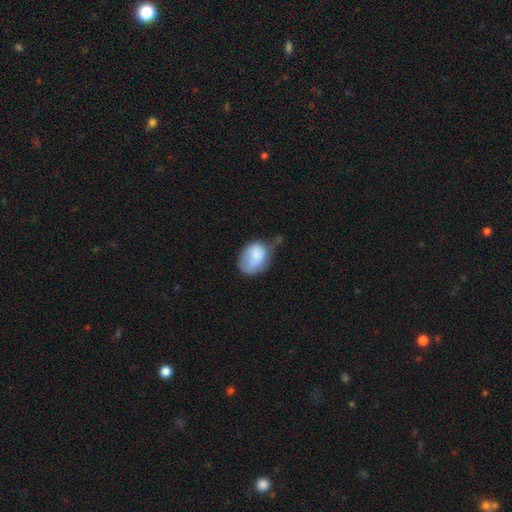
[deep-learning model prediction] A smooth galaxy with no disk features (78%) that is in between round and cigar-shaped (70%). Merging: minor disturbance (39%).